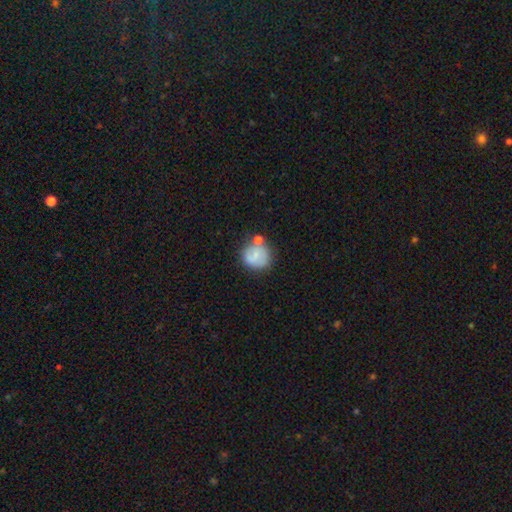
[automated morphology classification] Smooth or featured? Predicted: smooth (p=0.64). How rounded? Predicted: round (p=0.85). Merging? Predicted: none (p=0.55).